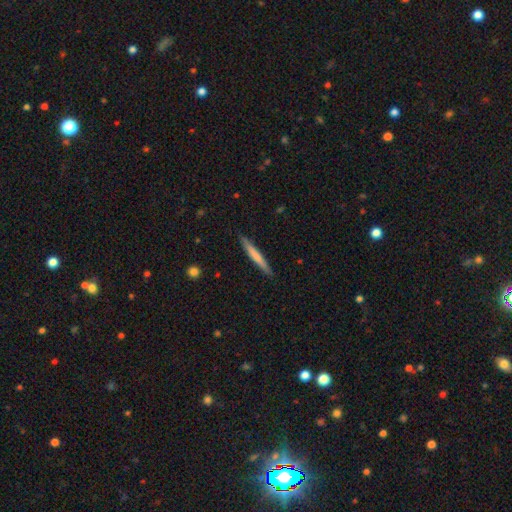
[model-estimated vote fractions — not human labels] Smooth or featured? Predicted: smooth (p=0.65). How rounded? Predicted: cigar-shaped (p=0.96). Merging? Predicted: none (p=0.90).